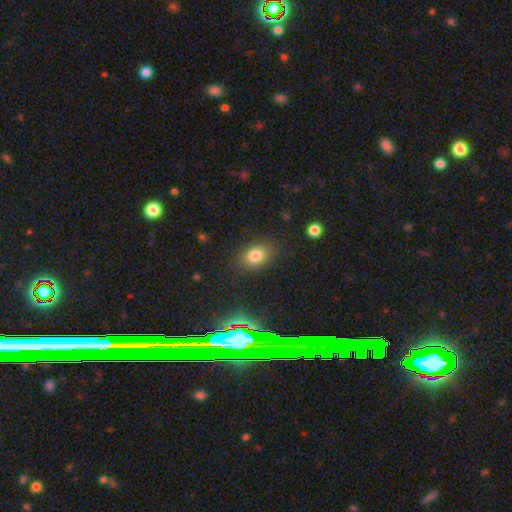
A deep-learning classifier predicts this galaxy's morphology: The model was most divided on "how rounded": in between: 55%, round: 43%, cigar-shaped: 3%. More confident: merging — none (89%); smooth or featured — smooth (66%).